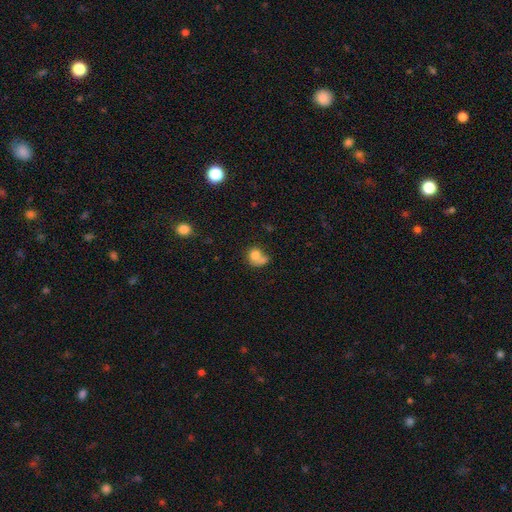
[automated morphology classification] Smooth or featured?
  - smooth: 74% *
  - featured or disk: 16%
  - star or artifact: 10%
How rounded?
  - round: 68% *
  - in between: 31%
  - cigar-shaped: 1%
Merging?
  - none: 34% *
  - merger: 31%
  - major disturbance: 18%
  - minor disturbance: 17%